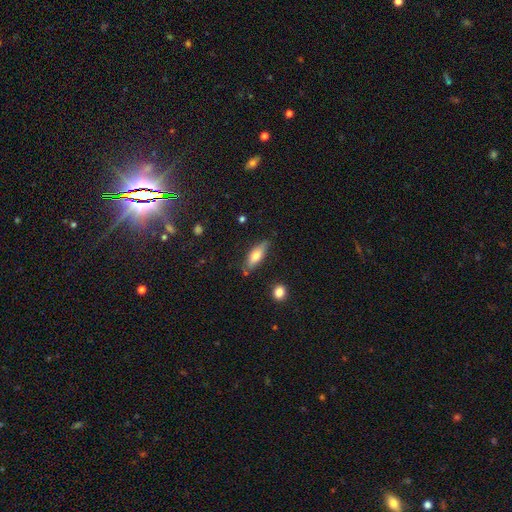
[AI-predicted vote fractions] Morphology: type=smooth (62%); roundness=in between (59%); merging=none (77%).